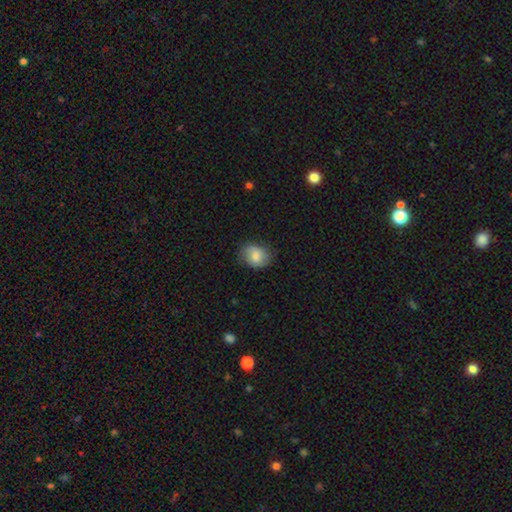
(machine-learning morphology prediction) Smooth or featured? smooth (78%)
How rounded? in between (57%)
Merging? none (73%)